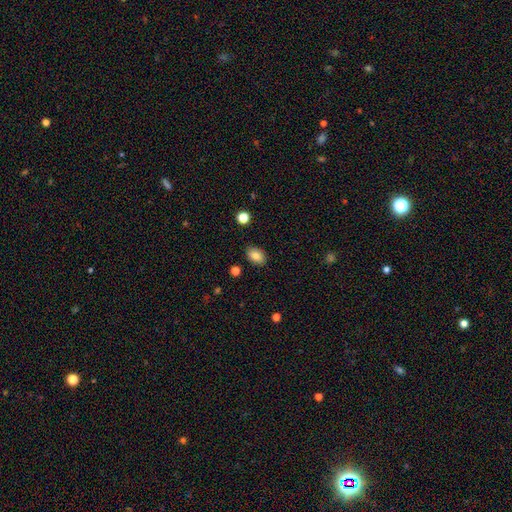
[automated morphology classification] A smooth galaxy with no disk features (83%) that is in between round and cigar-shaped (82%).

Vote fractions:
- Smooth or featured? smooth: 83% / star or artifact: 9% / featured or disk: 9%
- How rounded? in between: 82% / round: 16% / cigar-shaped: 1%
- Merging? none: 87% / minor disturbance: 10% / major disturbance: 2% / merger: 2%